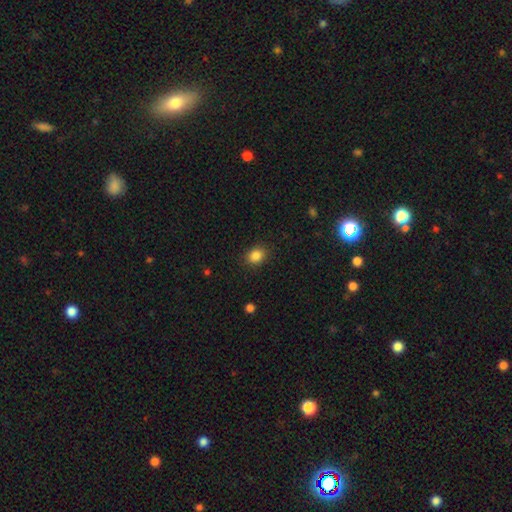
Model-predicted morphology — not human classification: Overall: smooth (86%). How rounded: round (52%; in between 47%). Merging: none (88%).